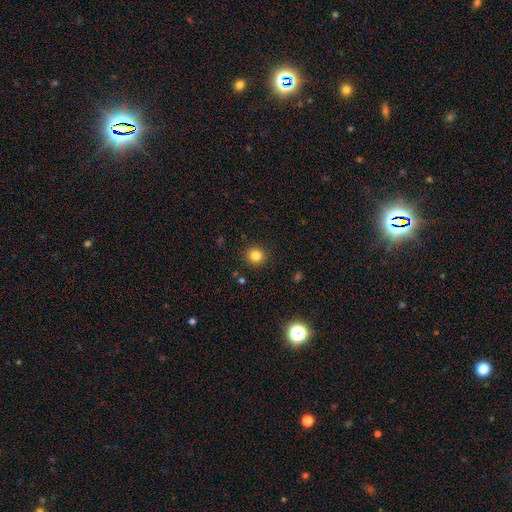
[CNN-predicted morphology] Q: Smooth or featured?
A: smooth (82%); runner-up: star or artifact (13%)
Q: How rounded?
A: round (94%); runner-up: in between (5%)
Q: Merging?
A: none (92%); runner-up: minor disturbance (5%)